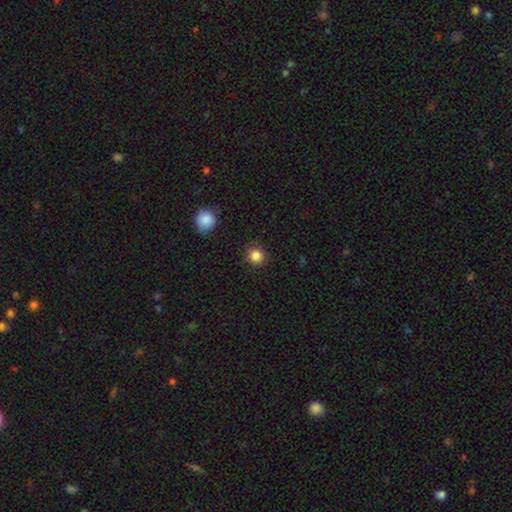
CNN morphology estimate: Smooth or featured? smooth (86%)
How rounded? round (92%)
Merging? none (89%)